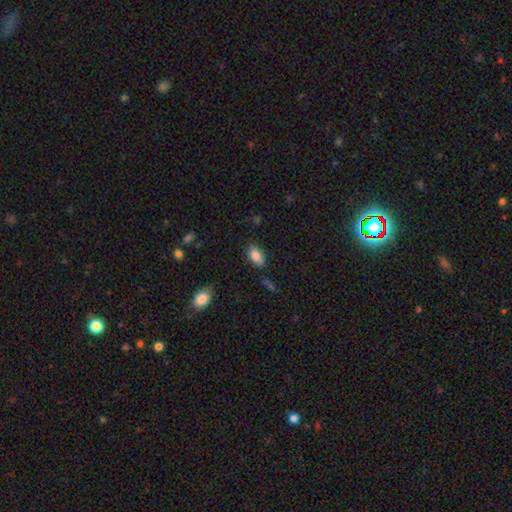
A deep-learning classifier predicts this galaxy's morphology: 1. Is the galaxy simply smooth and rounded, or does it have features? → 87% smooth, 8% star or artifact, 5% featured or disk.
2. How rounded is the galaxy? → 92% in between, 5% round, 2% cigar-shaped.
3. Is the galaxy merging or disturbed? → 81% none, 13% minor disturbance, 3% major disturbance, 2% merger.